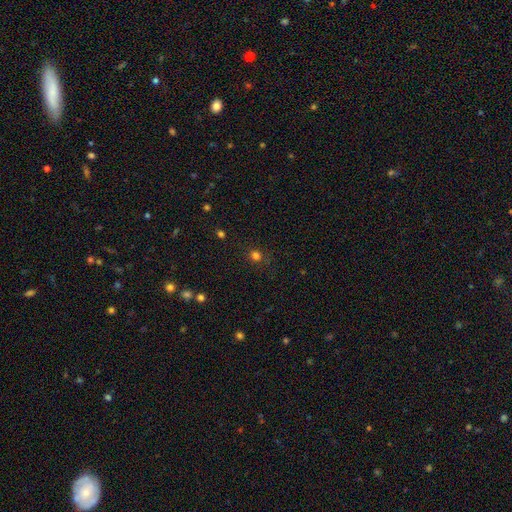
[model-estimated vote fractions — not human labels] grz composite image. It shows a smooth galaxy with no disk features (76%) that is round (87%). Merging: none (86%).